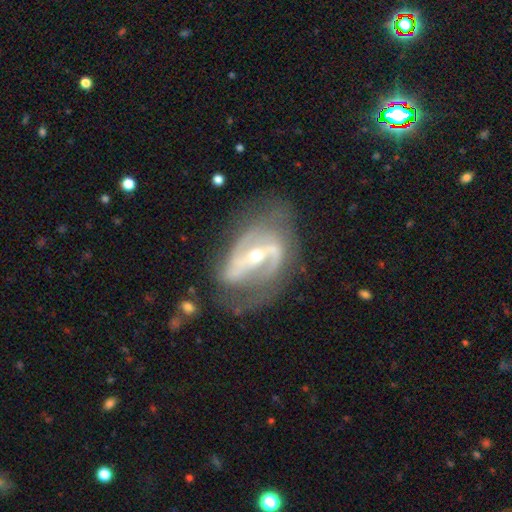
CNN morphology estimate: This is clearly a featured or disk galaxy (89%). It is clearly not viewed edge-on (96%). Bar: possibly strong (51%). Spiral arm pattern: clearly yes (94%). Spiral arm count: clearly 2 (80%). Spiral winding: possibly medium (48%). Central bulge: possibly small (51%). Merging: possibly none (60%).